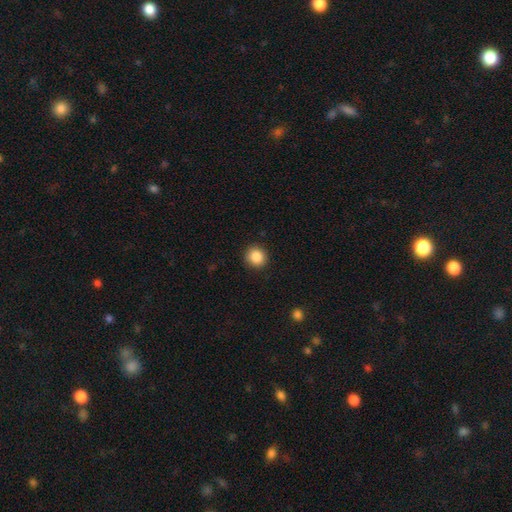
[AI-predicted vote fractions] Smooth or featured? Predicted: smooth (p=0.87). How rounded? Predicted: round (p=0.91). Merging? Predicted: none (p=0.92).